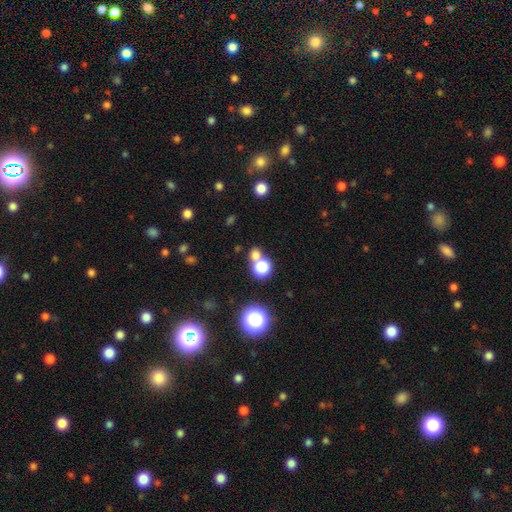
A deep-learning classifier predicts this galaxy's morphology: The model was most divided on "merging": none: 55%, merger: 35%, minor disturbance: 7%, major disturbance: 4%. More confident: how rounded — round (79%); smooth or featured — smooth (68%).